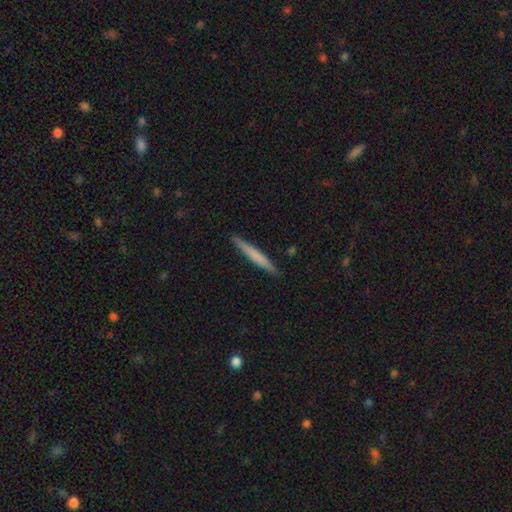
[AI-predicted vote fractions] This is likely a smooth galaxy (62%). How rounded: clearly cigar-shaped (96%). Merging: clearly none (91%).